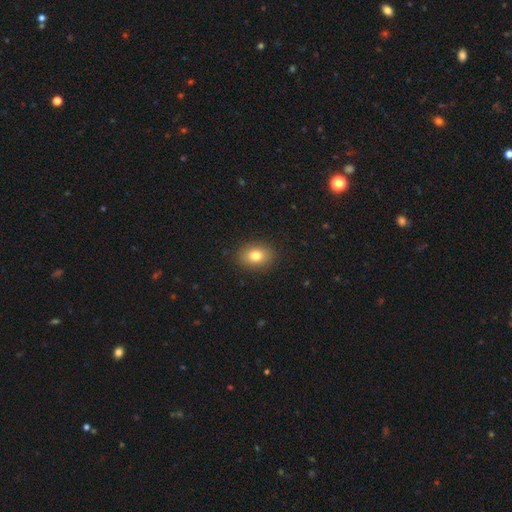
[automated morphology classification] Overall: smooth (81%). How rounded: in between (68%; round 31%). Merging: none (89%).